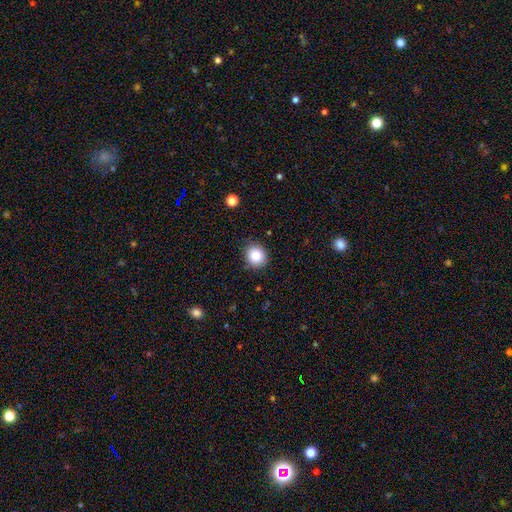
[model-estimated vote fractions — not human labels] A smooth galaxy with no disk features (84%) that is round (81%).

Vote fractions:
- Smooth or featured? smooth: 84% / star or artifact: 10% / featured or disk: 6%
- How rounded? round: 81% / in between: 18% / cigar-shaped: 1%
- Merging? none: 87% / minor disturbance: 9% / major disturbance: 2% / merger: 1%